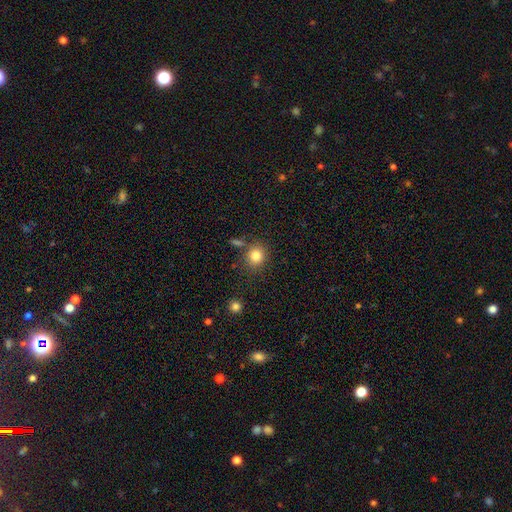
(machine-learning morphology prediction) The model was most divided on "how rounded": round: 80%, in between: 19%, cigar-shaped: 1%. More confident: smooth or featured — smooth (84%); merging — none (77%).